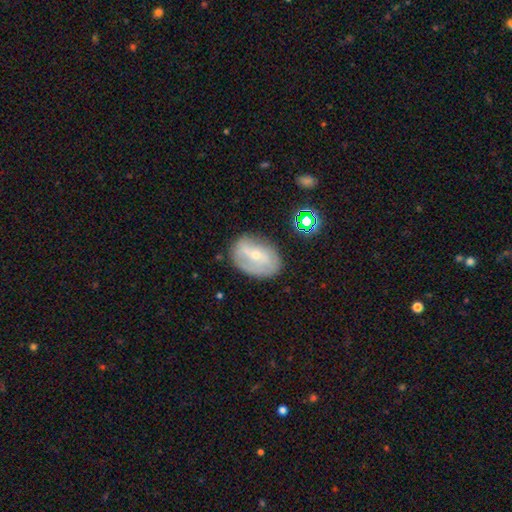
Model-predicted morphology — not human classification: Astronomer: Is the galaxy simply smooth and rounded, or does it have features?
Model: featured or disk — 59%.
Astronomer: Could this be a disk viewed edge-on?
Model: no — 94%.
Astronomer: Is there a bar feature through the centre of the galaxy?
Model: no — 45% (runner-up: weak, 35%).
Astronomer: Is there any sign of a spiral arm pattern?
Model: yes — 60% (runner-up: no, 40%).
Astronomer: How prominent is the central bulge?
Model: small — 67%.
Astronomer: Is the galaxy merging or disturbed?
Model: none — 68%.